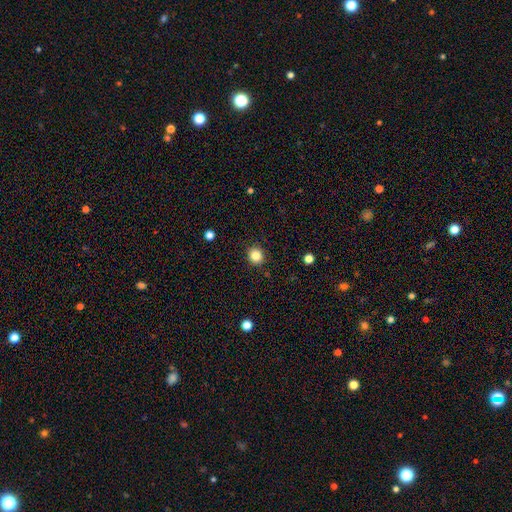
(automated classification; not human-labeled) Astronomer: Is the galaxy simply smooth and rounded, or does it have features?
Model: smooth — 84%.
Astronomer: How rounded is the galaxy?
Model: round — 87%.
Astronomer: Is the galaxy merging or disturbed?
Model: none — 91%.